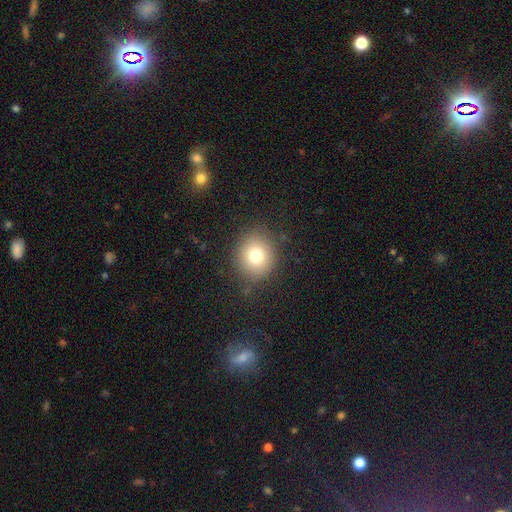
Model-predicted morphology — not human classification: This appears to be a smooth galaxy with no disk features (74%) that is round (84%). Merging: none (85%).